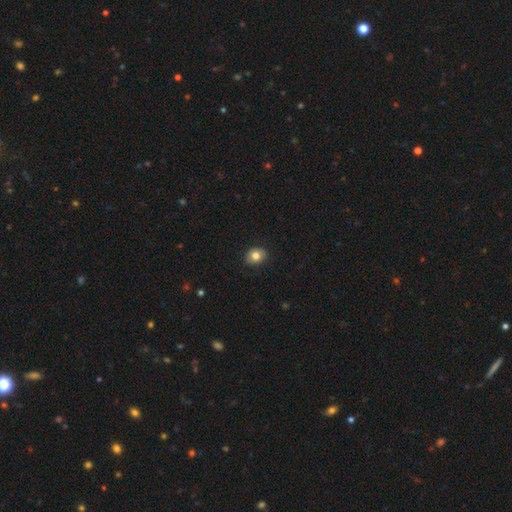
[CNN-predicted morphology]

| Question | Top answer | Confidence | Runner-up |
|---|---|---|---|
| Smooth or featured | smooth | 80% | featured or disk (11%) |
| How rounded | round | 54% | in between (45%) |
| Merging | none | 85% | minor disturbance (12%) |